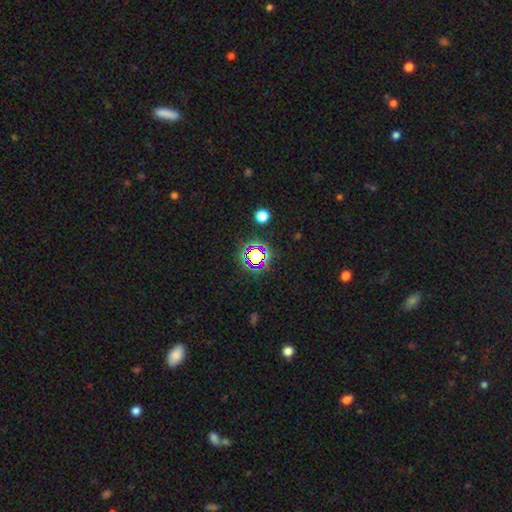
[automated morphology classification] The model was most divided on "smooth or featured": star or artifact: 64%, smooth: 24%, featured or disk: 12%.